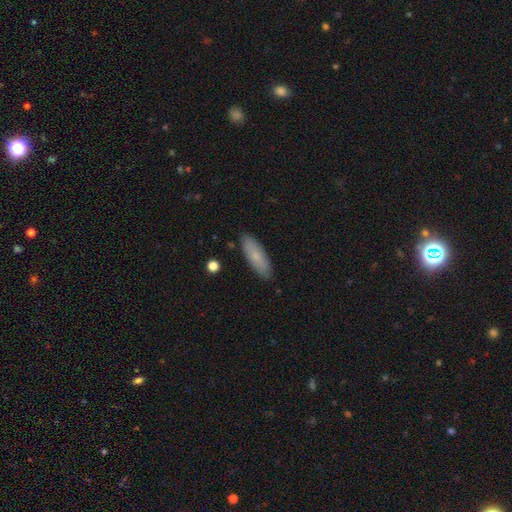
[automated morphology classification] type=smooth (76%); roundness=in between (58%); merging=none (87%).